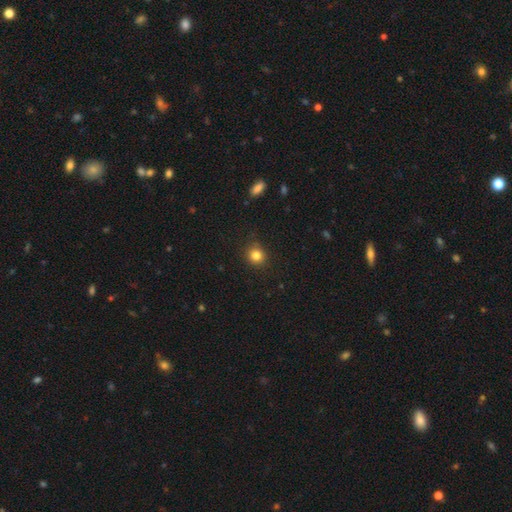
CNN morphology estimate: A smooth galaxy with no disk features (84%) that is round (87%).

Vote fractions:
- Smooth or featured? smooth: 84% / star or artifact: 12% / featured or disk: 4%
- How rounded? round: 87% / in between: 12% / cigar-shaped: 1%
- Merging? none: 87% / minor disturbance: 9% / major disturbance: 2% / merger: 1%